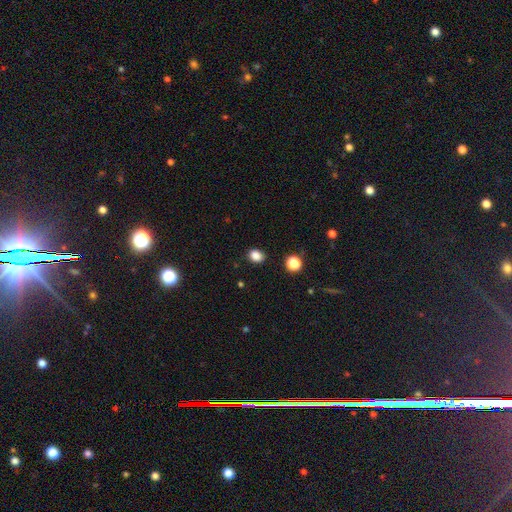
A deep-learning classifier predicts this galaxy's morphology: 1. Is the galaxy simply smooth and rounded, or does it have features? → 85% smooth, 12% star or artifact, 3% featured or disk.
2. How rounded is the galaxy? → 51% in between, 48% round, 1% cigar-shaped.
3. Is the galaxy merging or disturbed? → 86% none, 10% minor disturbance, 2% major disturbance, 2% merger.